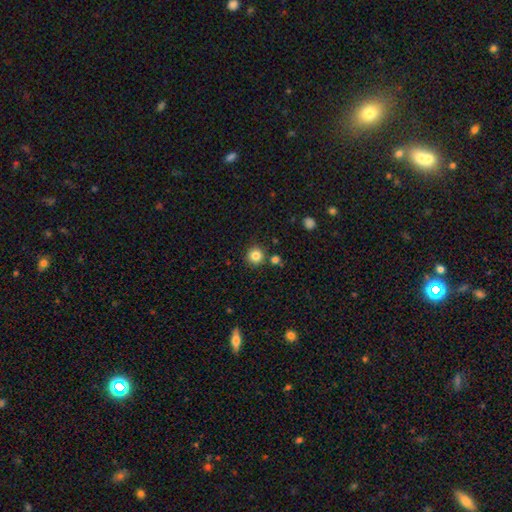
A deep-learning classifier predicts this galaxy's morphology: type=smooth (83%); roundness=round (94%); merging=none (85%).